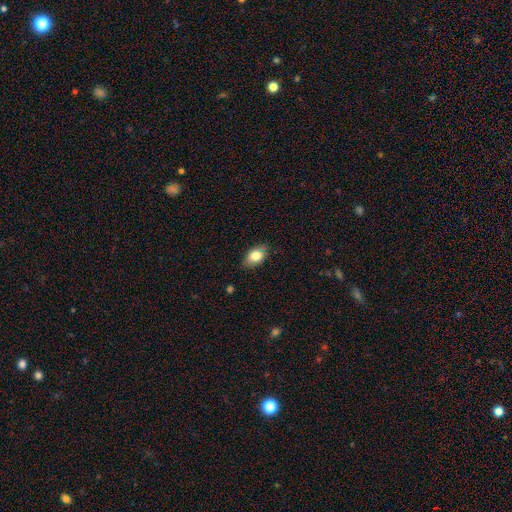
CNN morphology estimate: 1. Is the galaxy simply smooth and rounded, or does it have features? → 79% smooth, 13% featured or disk, 8% star or artifact.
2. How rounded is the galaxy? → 86% in between, 12% round, 2% cigar-shaped.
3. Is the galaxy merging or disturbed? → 80% none, 16% minor disturbance, 3% major disturbance, 1% merger.